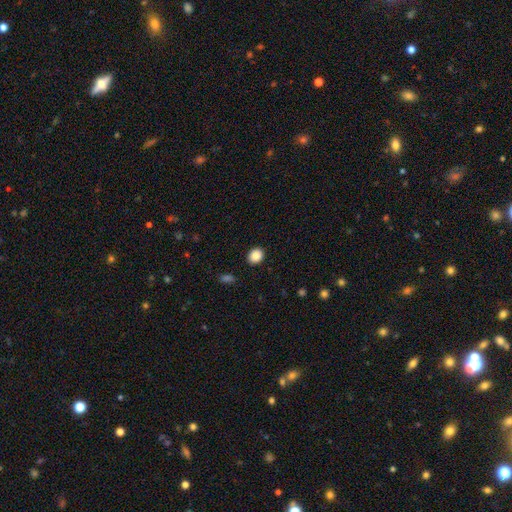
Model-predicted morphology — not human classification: A smooth galaxy with no disk features (89%) that is round (55%). Merging: none (90%).